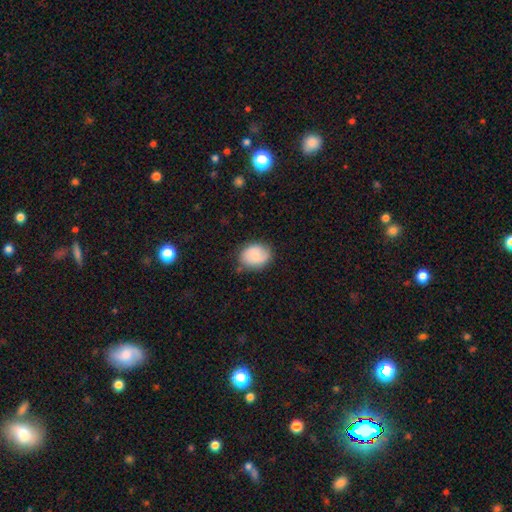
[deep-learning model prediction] Smooth or featured? Predicted: smooth (p=0.72). How rounded? Predicted: in between (p=0.53). Merging? Predicted: none (p=0.75).